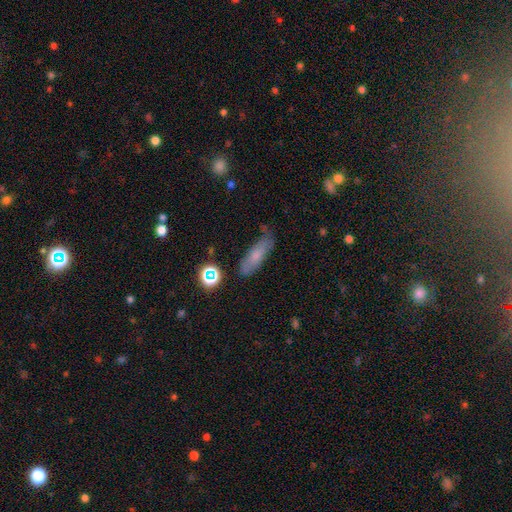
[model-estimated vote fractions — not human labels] Smooth or featured: smooth — 67% (featured or disk — 21%)
How rounded: cigar-shaped — 51% (in between — 45%)
Merging: none — 67% (minor disturbance — 23%)